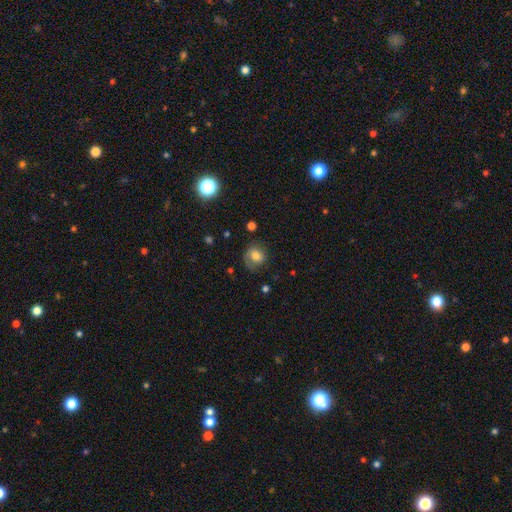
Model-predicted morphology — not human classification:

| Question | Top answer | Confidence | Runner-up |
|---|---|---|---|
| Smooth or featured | smooth | 63% | featured or disk (26%) |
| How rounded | round | 75% | in between (24%) |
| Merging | none | 67% | minor disturbance (20%) |